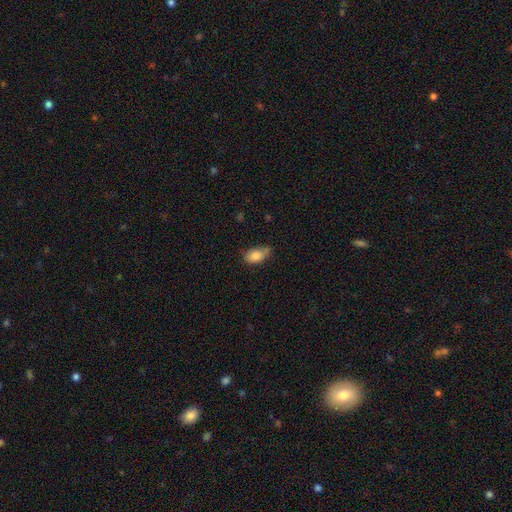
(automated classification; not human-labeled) smooth-or-featured: smooth: 84% | featured or disk: 8% | star or artifact: 8%
  how-rounded: in between: 89% | round: 7% | cigar-shaped: 3%
  merging: none: 55% | minor disturbance: 33% | major disturbance: 6% | merger: 5%